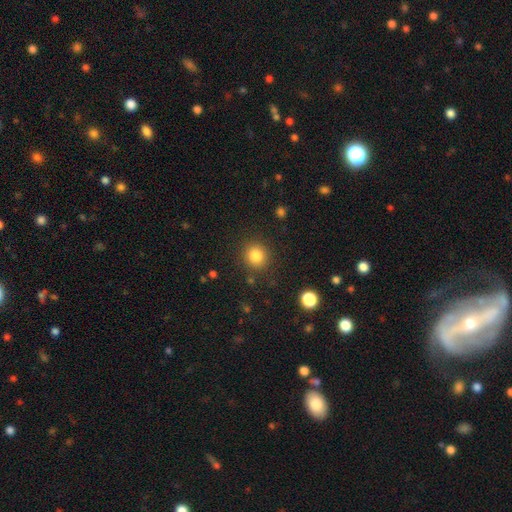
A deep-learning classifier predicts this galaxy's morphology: A smooth galaxy with no disk features (83%) that is round (89%).

Vote fractions:
- Smooth or featured? smooth: 83% / star or artifact: 11% / featured or disk: 6%
- How rounded? round: 89% / in between: 10% / cigar-shaped: 1%
- Merging? none: 88% / minor disturbance: 7% / major disturbance: 3% / merger: 2%